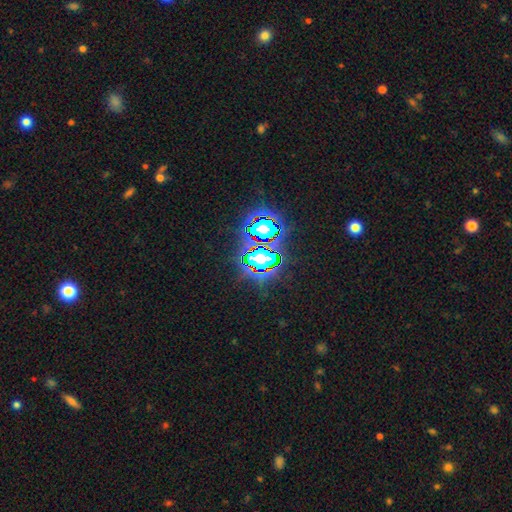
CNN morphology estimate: star or artifact 75%, smooth 14%, featured or disk 11%.